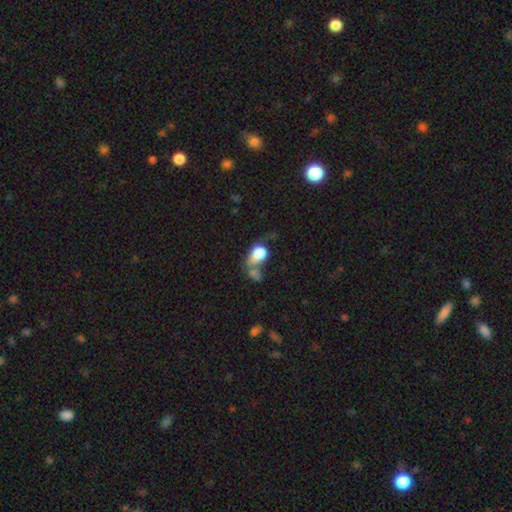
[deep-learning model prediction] Q: Smooth or featured?
A: smooth (70%); runner-up: featured or disk (18%)
Q: How rounded?
A: in between (66%); runner-up: round (31%)
Q: Merging?
A: merger (36%); runner-up: major disturbance (25%)